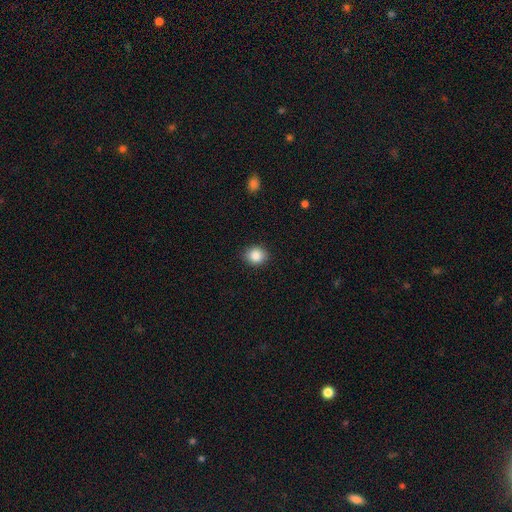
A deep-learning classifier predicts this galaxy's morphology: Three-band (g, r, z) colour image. It shows a smooth galaxy with no disk features (87%) that is round (71%). Merging: none (89%).